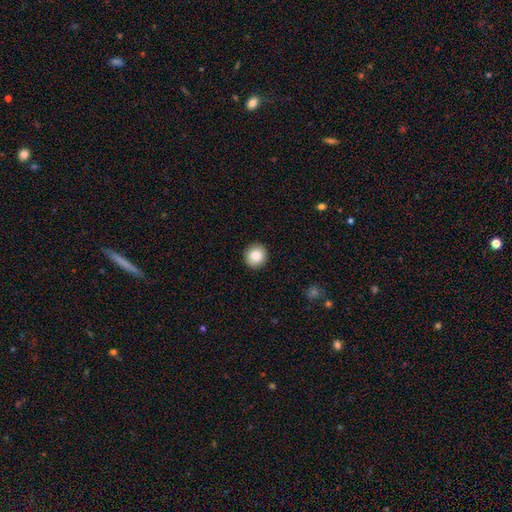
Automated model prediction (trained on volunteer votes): A smooth galaxy with no disk features (86%) that is round (91%).

Vote fractions:
- Smooth or featured? smooth: 86% / star or artifact: 8% / featured or disk: 6%
- How rounded? round: 91% / in between: 8% / cigar-shaped: 1%
- Merging? none: 92% / minor disturbance: 5% / major disturbance: 2% / merger: 1%